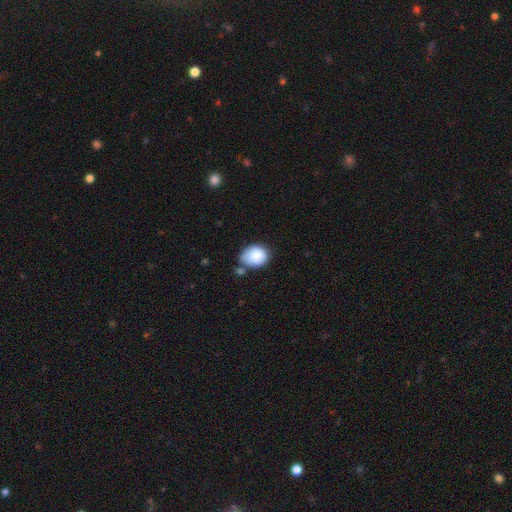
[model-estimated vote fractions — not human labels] The model was most divided on "how rounded": in between: 56%, round: 43%, cigar-shaped: 1%. More confident: smooth or featured — smooth (86%); merging — none (51%).